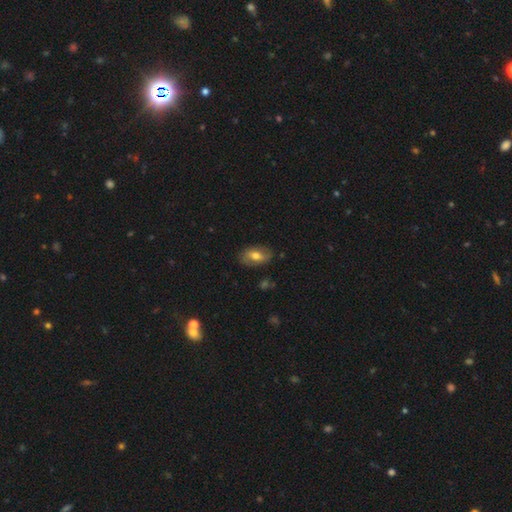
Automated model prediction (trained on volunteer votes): smooth-or-featured: smooth: 61% | featured or disk: 31% | star or artifact: 7%
  how-rounded: in between: 89% | round: 9% | cigar-shaped: 2%
  merging: none: 81% | minor disturbance: 14% | major disturbance: 3% | merger: 1%